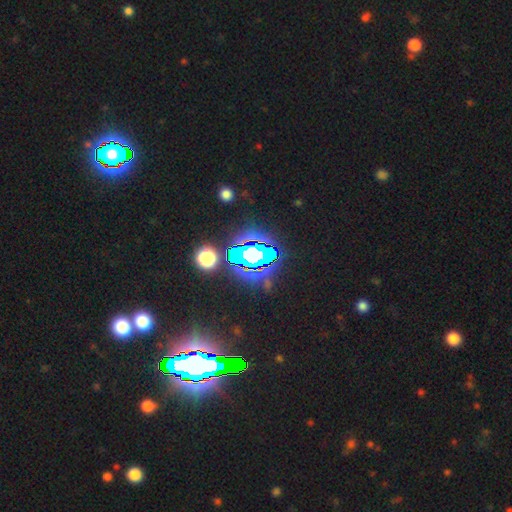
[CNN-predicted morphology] Smooth or featured?
  - star or artifact: 78% *
  - smooth: 11%
  - featured or disk: 11%